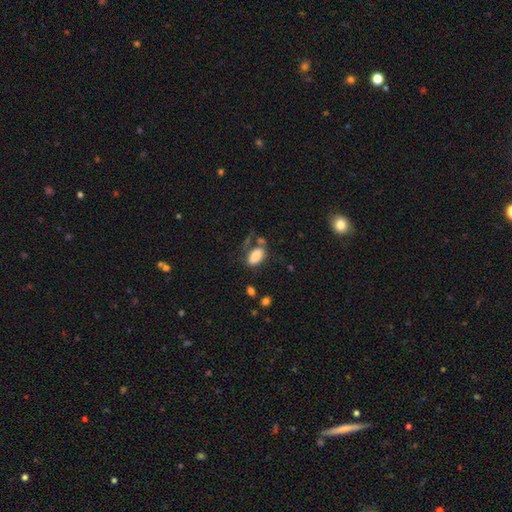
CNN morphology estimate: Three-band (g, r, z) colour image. It shows a smooth galaxy with no disk features (84%) that is in between round and cigar-shaped (93%). Merging: none (52%).